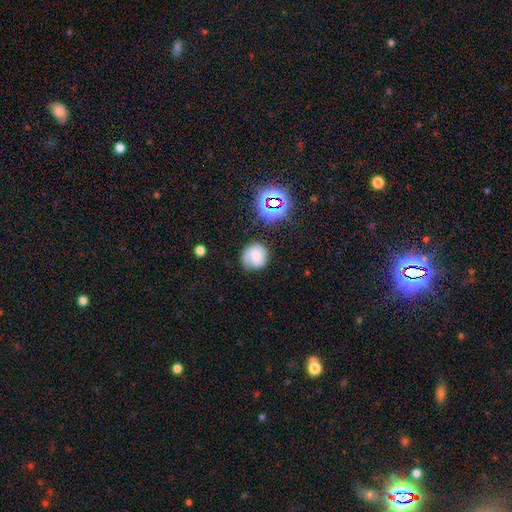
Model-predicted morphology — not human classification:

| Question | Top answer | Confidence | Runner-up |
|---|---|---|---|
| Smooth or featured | smooth | 53% | featured or disk (32%) |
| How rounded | round | 82% | in between (17%) |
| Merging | none | 64% | minor disturbance (24%) |